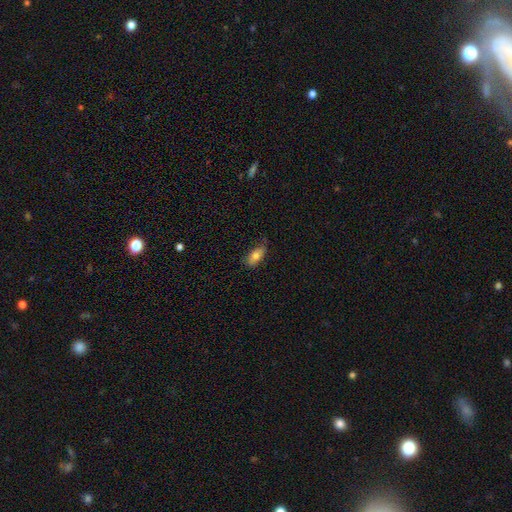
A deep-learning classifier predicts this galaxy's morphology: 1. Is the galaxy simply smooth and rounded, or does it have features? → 75% smooth, 17% featured or disk, 7% star or artifact.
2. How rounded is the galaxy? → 83% in between, 14% cigar-shaped, 3% round.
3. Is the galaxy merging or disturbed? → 74% none, 21% minor disturbance, 3% major disturbance, 1% merger.